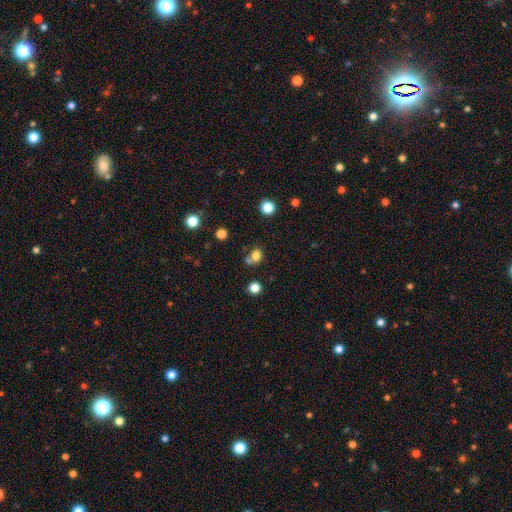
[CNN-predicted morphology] smooth_or_featured: smooth (p=0.77) [alt: star or artifact p=0.14]
how_rounded: round (p=0.60) [alt: in between p=0.39]
merging: none (p=0.51) [alt: merger p=0.29]